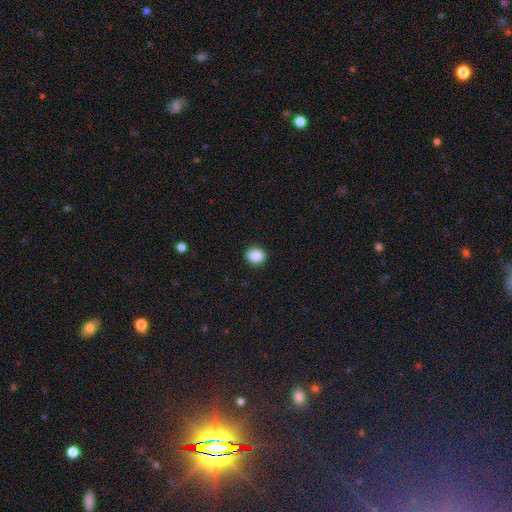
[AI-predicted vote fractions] A smooth galaxy with no disk features (87%) that is round (58%).

Vote fractions:
- Smooth or featured? smooth: 87% / star or artifact: 9% / featured or disk: 5%
- How rounded? round: 58% / in between: 41% / cigar-shaped: 1%
- Merging? none: 89% / minor disturbance: 8% / major disturbance: 2% / merger: 1%